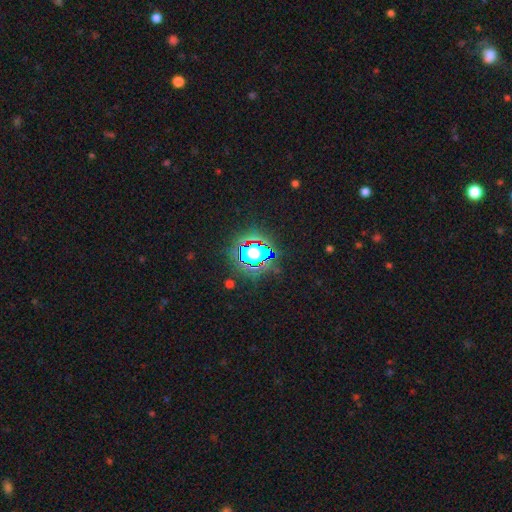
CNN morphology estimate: Smooth or featured? Predicted: star or artifact (p=0.64).